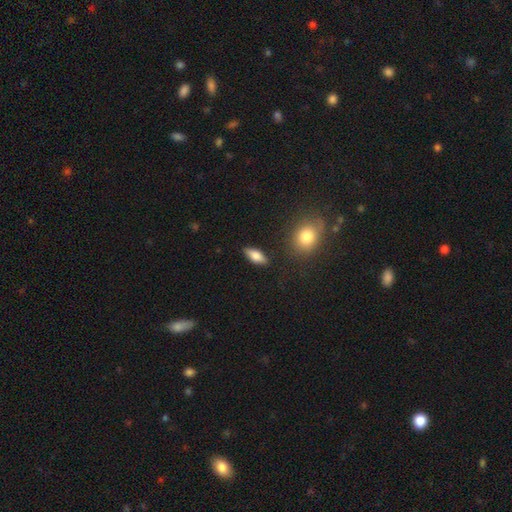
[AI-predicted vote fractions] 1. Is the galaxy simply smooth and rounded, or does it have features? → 75% smooth, 18% featured or disk, 7% star or artifact.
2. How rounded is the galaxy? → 78% in between, 19% cigar-shaped, 4% round.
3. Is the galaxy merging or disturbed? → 86% none, 10% minor disturbance, 2% major disturbance, 2% merger.